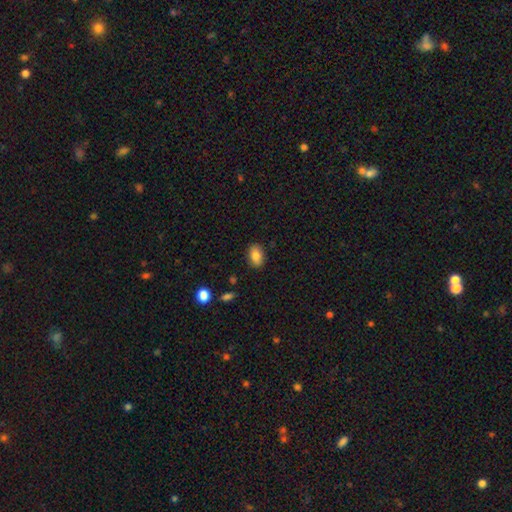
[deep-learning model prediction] smooth_or_featured: smooth (p=0.85) [alt: star or artifact p=0.08]
how_rounded: in between (p=0.88) [alt: round p=0.10]
merging: none (p=0.87) [alt: minor disturbance p=0.09]